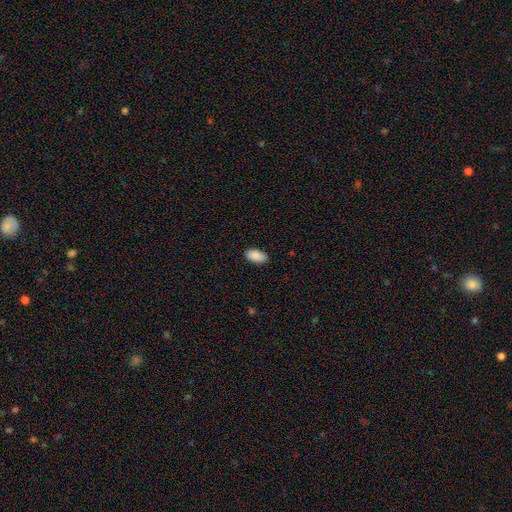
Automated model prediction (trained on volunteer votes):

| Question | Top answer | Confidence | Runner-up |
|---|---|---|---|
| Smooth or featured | smooth | 90% | star or artifact (6%) |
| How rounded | in between | 94% | round (3%) |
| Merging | none | 89% | minor disturbance (8%) |